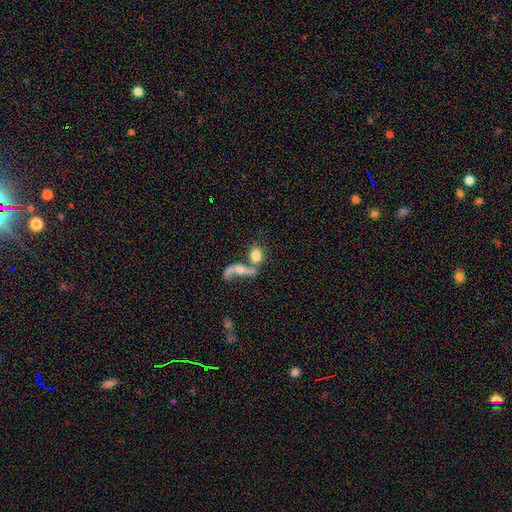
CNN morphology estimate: Smooth or featured? smooth (68%)
How rounded? in between (64%)
Merging? merger (52%)